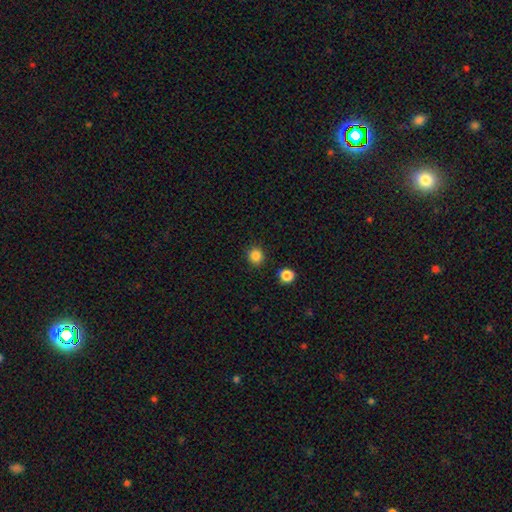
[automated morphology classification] Smooth or featured: smooth — 85% (star or artifact — 11%)
How rounded: round — 89% (in between — 10%)
Merging: none — 90% (minor disturbance — 6%)